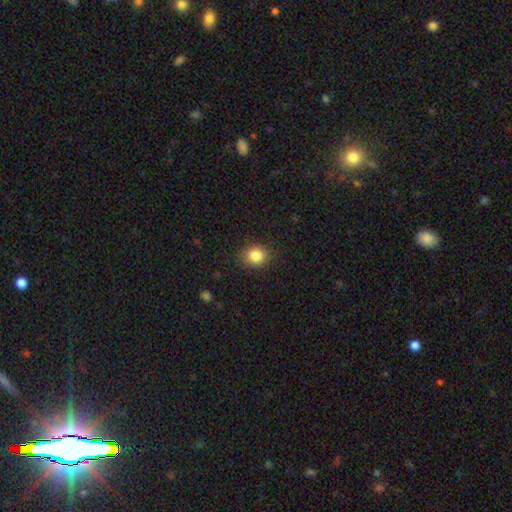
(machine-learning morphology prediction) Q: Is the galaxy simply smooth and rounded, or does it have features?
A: smooth — 85%.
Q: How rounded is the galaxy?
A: round — 74%.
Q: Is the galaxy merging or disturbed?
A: none — 88%.